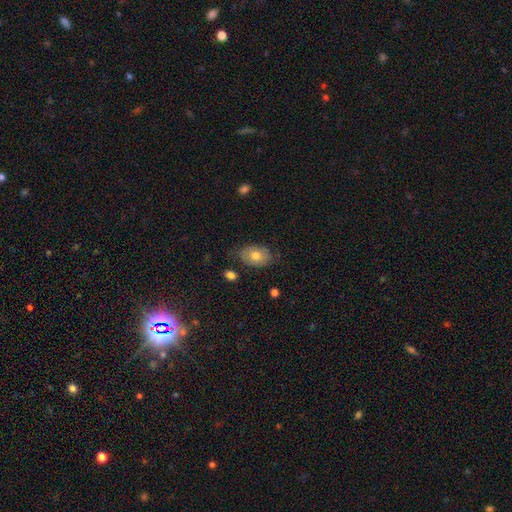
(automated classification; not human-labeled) smooth 69%, featured or disk 24%, star or artifact 7%. Down the decision tree: how rounded — in between (83%); merging — none (71%).